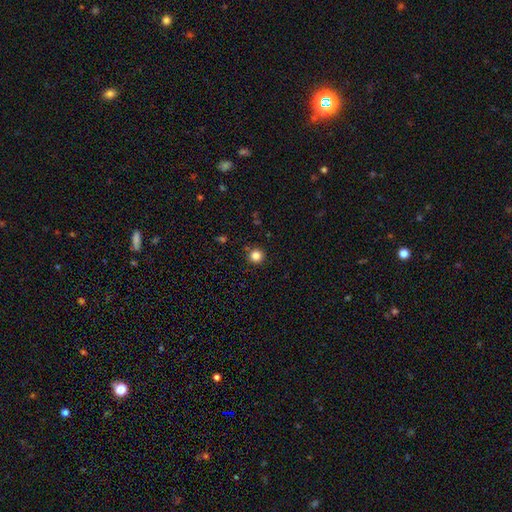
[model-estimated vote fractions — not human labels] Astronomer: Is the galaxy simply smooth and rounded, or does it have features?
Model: smooth — 83%.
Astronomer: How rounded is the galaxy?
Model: round — 96%.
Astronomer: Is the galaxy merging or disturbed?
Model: none — 91%.